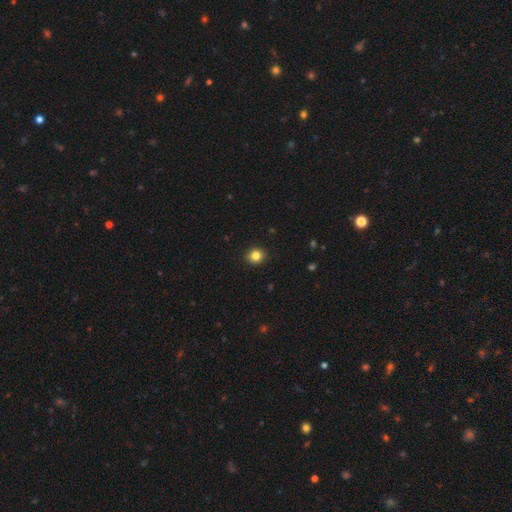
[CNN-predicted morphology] Overall: smooth (83%). How rounded: round (82%). Merging: none (92%).